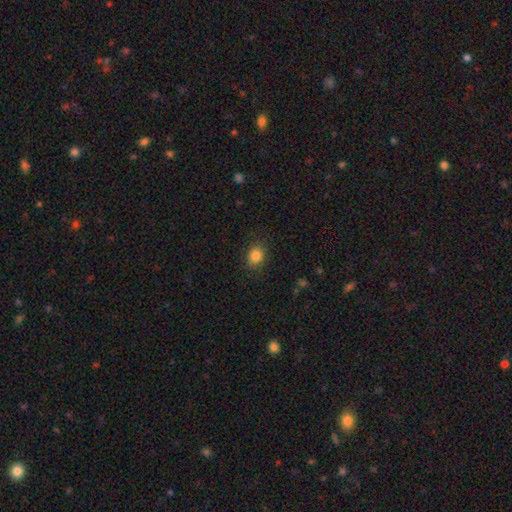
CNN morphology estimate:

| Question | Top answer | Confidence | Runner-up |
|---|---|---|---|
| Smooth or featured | smooth | 84% | star or artifact (11%) |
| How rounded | round | 56% | in between (43%) |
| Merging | none | 86% | minor disturbance (10%) |